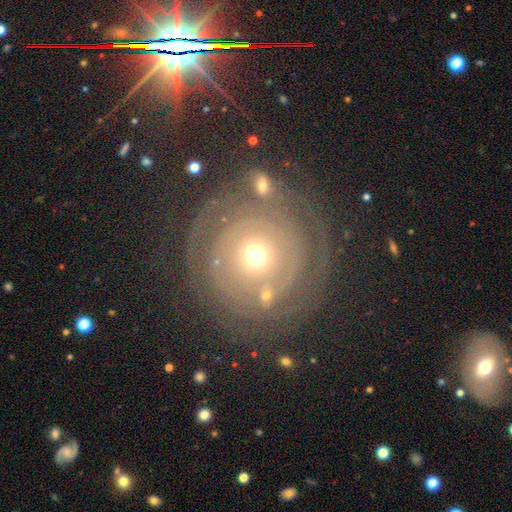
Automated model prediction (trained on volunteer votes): smooth_or_featured: featured or disk (p=0.73) [alt: smooth p=0.19]
disk_edge_on: no (p=0.97) [alt: yes p=0.03]
bar: no (p=0.87) [alt: weak p=0.10]
has_spiral_arms: yes (p=0.73) [alt: no p=0.27]
spiral_winding: tight (p=0.79) [alt: medium p=0.14]
spiral_arm_count: can't tell (p=0.42) [alt: 2 p=0.20]
bulge_size: small (p=0.53) [alt: moderate p=0.39]
merging: none (p=0.67) [alt: minor disturbance p=0.14]